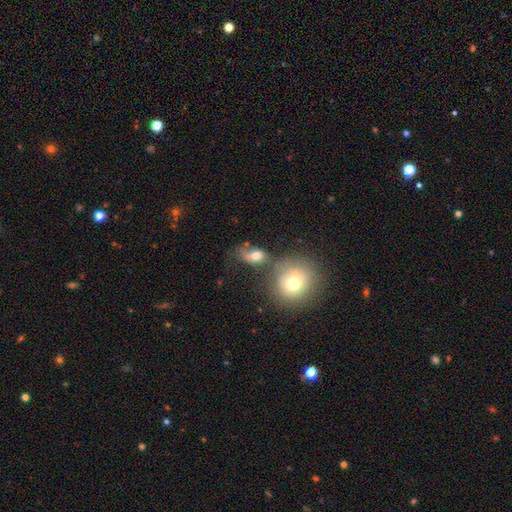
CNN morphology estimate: Smooth or featured? Predicted: smooth (p=0.67). How rounded? Predicted: in between (p=0.65). Merging? Predicted: none (p=0.40).